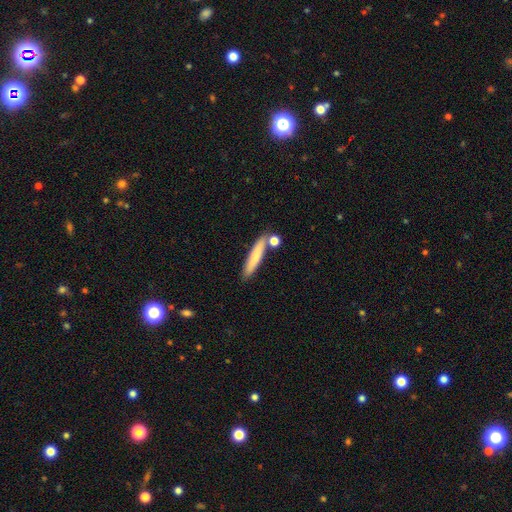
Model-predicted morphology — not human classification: The model was most divided on "smooth or featured": smooth: 71%, featured or disk: 22%, star or artifact: 6%. More confident: how rounded — cigar-shaped (88%); merging — none (75%).